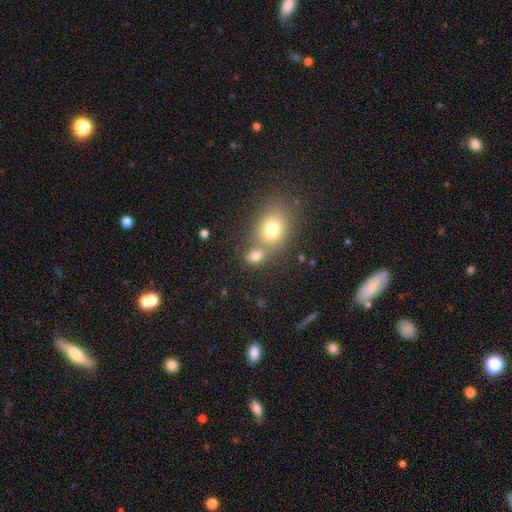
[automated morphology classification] This is likely a smooth galaxy (78%). How rounded: likely in between (62%). Merging: possibly none (46%).